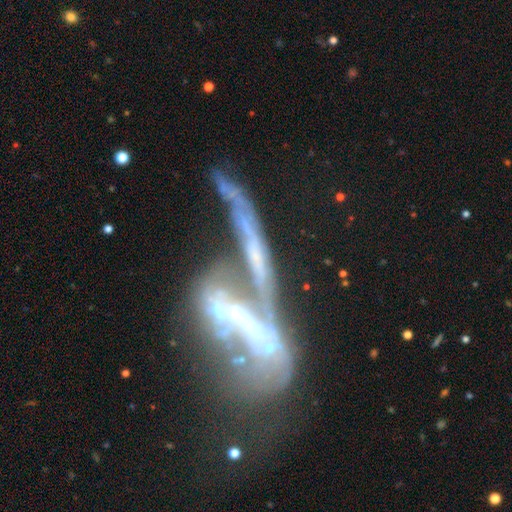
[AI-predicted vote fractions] Smooth or featured?
  - featured or disk: 70% *
  - smooth: 15%
  - star or artifact: 15%
Edge-on disk?
  - no: 73% *
  - yes: 27%
Bar?
  - no: 61% *
  - strong: 23%
  - weak: 16%
Spiral arms?
  - no: 67% *
  - yes: 33%
Bulge size?
  - none: 42% *
  - small: 30%
  - moderate: 20%
  - large: 4%
  - dominant: 3%
Merging?
  - merger: 54% *
  - major disturbance: 26%
  - none: 12%
  - minor disturbance: 8%